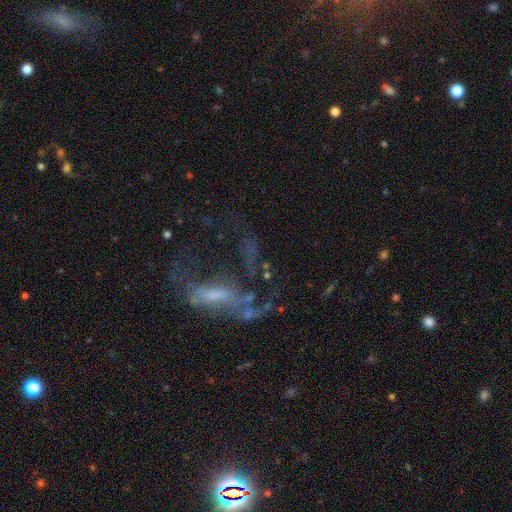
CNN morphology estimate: This is possibly a featured or disk galaxy (50%). It is clearly not viewed edge-on (83%). Merging: marginally major disturbance (42%).